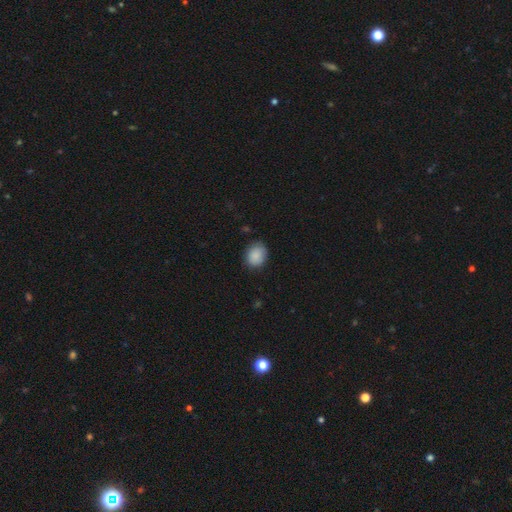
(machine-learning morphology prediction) A smooth galaxy with no disk features (88%) that is in between round and cigar-shaped (50%).

Vote fractions:
- Smooth or featured? smooth: 88% / star or artifact: 7% / featured or disk: 5%
- How rounded? in between: 50% / round: 49% / cigar-shaped: 1%
- Merging? none: 80% / minor disturbance: 16% / major disturbance: 3% / merger: 1%